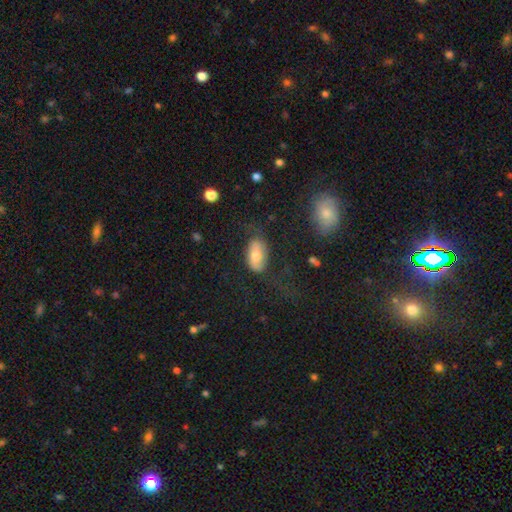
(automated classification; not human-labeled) This is possibly a smooth galaxy (59%). How rounded: clearly in between (91%). Merging: possibly none (60%).